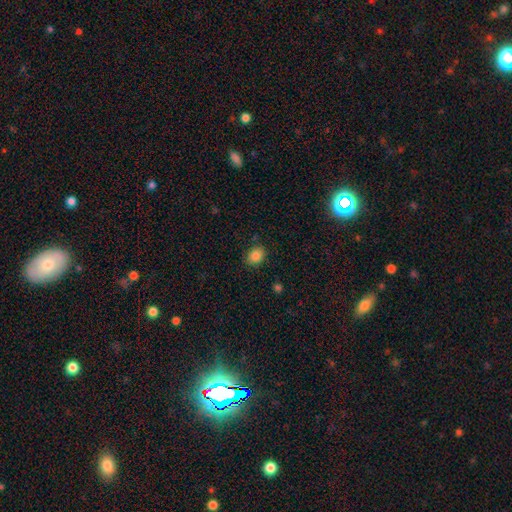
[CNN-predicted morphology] smooth 85%, star or artifact 10%, featured or disk 5%. Down the decision tree: how rounded — in between (55%); merging — none (82%).